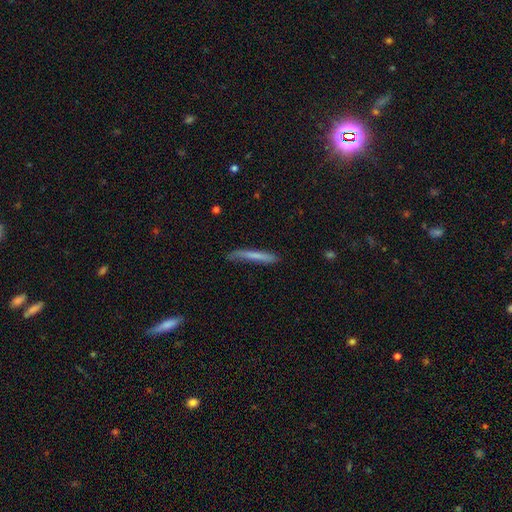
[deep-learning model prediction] Overall: smooth (67%). How rounded: cigar-shaped (95%). Merging: none (68%).